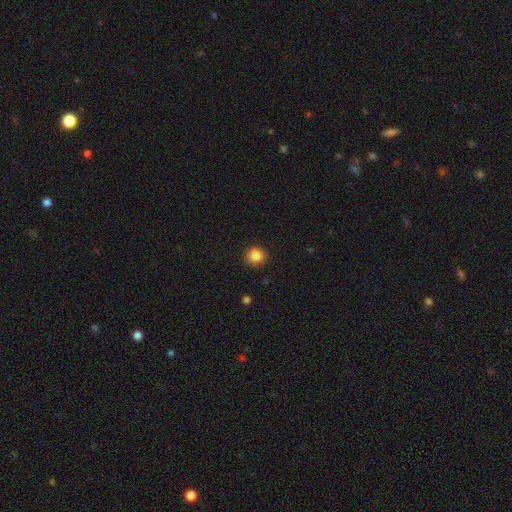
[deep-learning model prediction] Smooth or featured?
  - smooth: 85% *
  - star or artifact: 11%
  - featured or disk: 4%
How rounded?
  - round: 89% *
  - in between: 10%
  - cigar-shaped: 1%
Merging?
  - none: 89% *
  - minor disturbance: 8%
  - major disturbance: 2%
  - merger: 1%